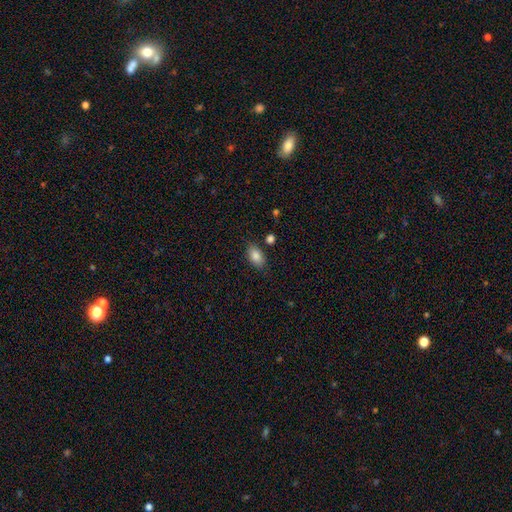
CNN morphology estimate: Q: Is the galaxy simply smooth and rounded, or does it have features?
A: smooth — 85%.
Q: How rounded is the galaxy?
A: in between — 89%.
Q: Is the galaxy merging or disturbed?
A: none — 80%.